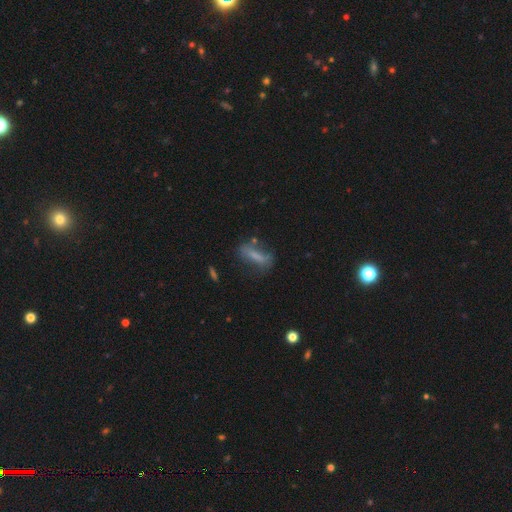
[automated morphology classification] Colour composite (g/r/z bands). It shows a smooth galaxy with no disk features (61%) that is cigar-shaped (56%). Merging: none (58%).